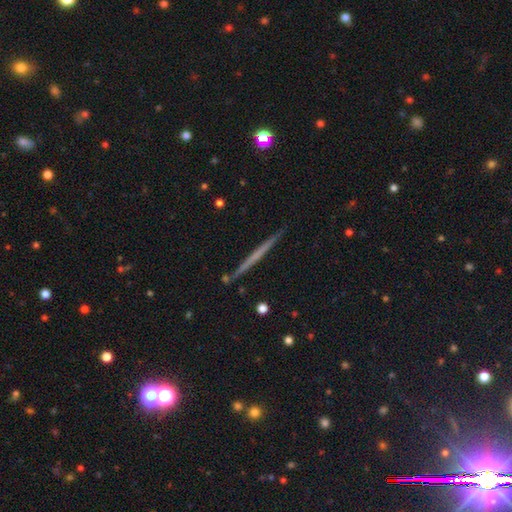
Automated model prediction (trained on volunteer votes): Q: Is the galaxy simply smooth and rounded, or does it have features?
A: featured or disk — 60%.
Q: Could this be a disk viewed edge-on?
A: yes — 98%.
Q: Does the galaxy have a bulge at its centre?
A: none — 89%.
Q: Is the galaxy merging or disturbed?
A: none — 92%.